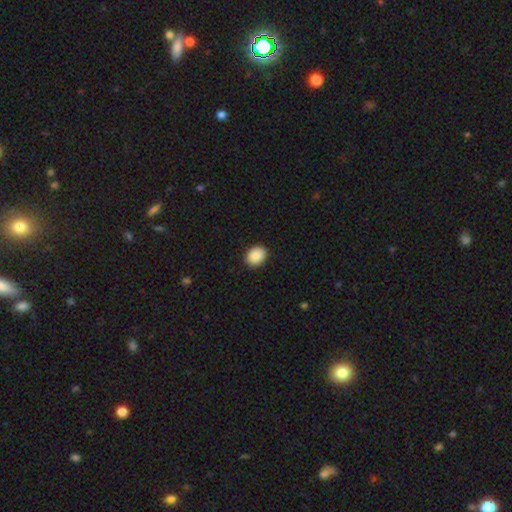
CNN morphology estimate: A smooth galaxy with no disk features (90%) that is in between round and cigar-shaped (60%).

Vote fractions:
- Smooth or featured? smooth: 90% / star or artifact: 7% / featured or disk: 2%
- How rounded? in between: 60% / round: 39% / cigar-shaped: 1%
- Merging? none: 90% / minor disturbance: 7% / major disturbance: 2% / merger: 1%